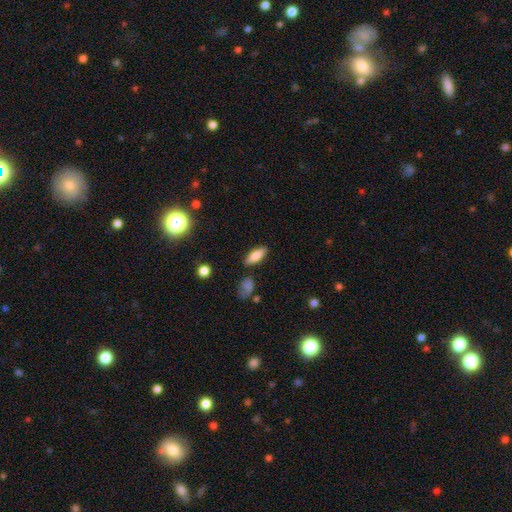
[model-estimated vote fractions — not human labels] A smooth galaxy with no disk features (67%) that is in between round and cigar-shaped (61%). Merging: none (83%).